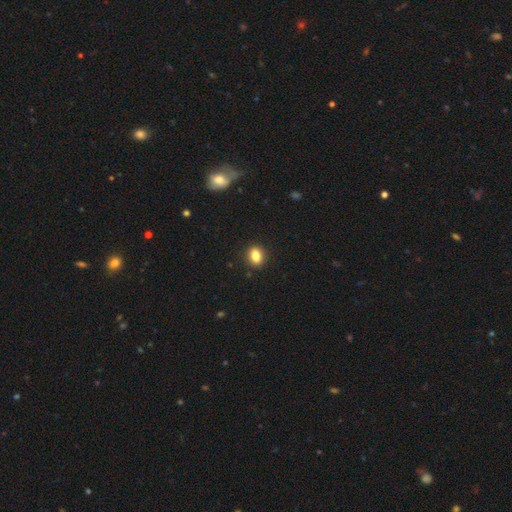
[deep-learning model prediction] Overall: smooth (84%). How rounded: in between (65%; round 33%). Merging: none (90%).